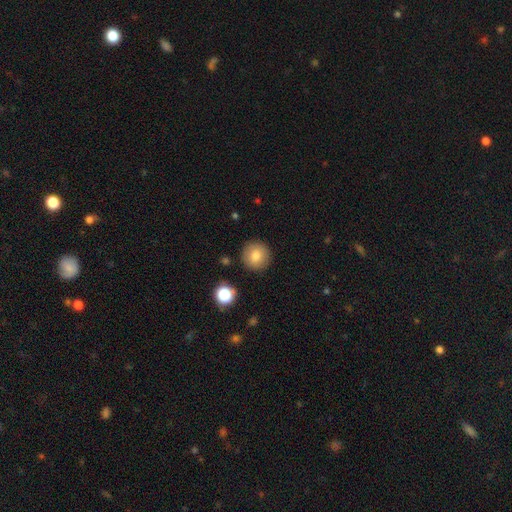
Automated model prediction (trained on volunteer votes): Smooth or featured: smooth — 81% (star or artifact — 10%)
How rounded: round — 95% (in between — 4%)
Merging: none — 90% (minor disturbance — 6%)